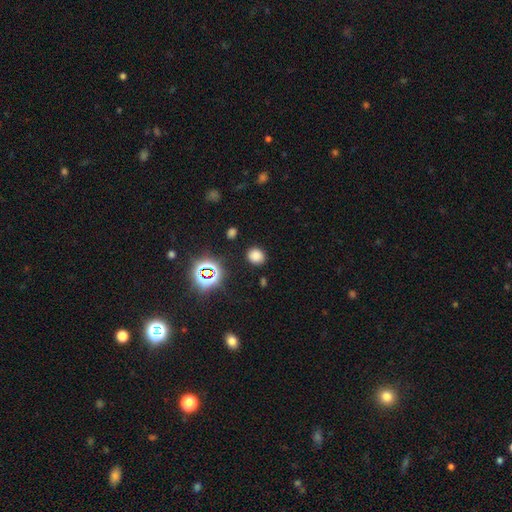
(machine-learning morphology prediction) A smooth galaxy with no disk features (75%) that is round (74%). Merging: none (86%).